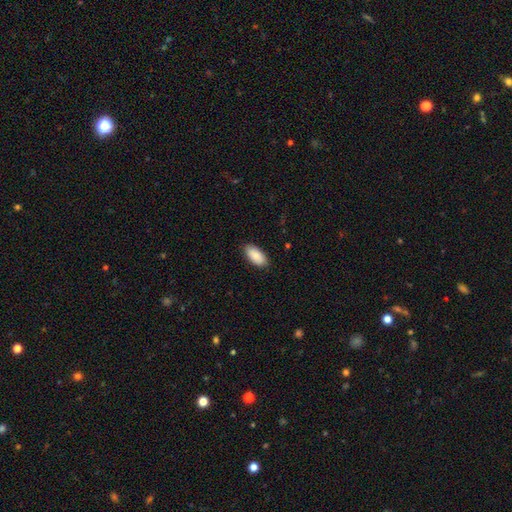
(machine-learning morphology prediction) smooth_or_featured: smooth (p=0.87) [alt: featured or disk p=0.07]
how_rounded: in between (p=0.93) [alt: cigar-shaped p=0.05]
merging: none (p=0.87) [alt: minor disturbance p=0.10]